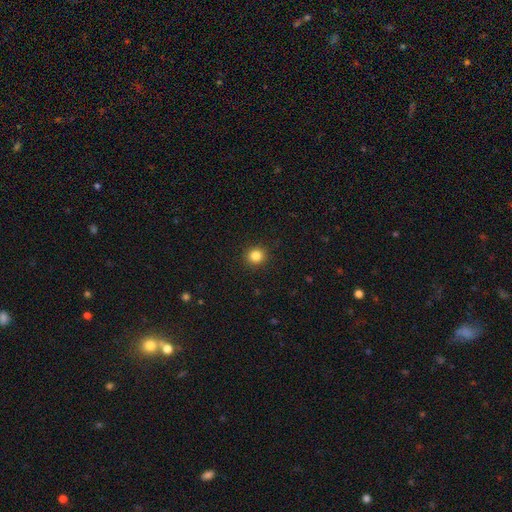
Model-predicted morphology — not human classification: Smooth or featured? smooth (84%)
How rounded? round (90%)
Merging? none (92%)